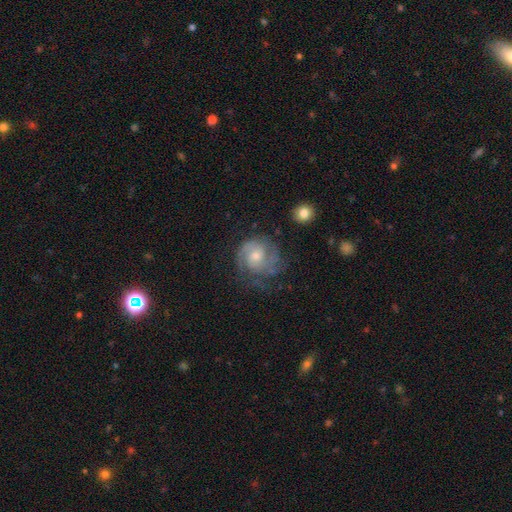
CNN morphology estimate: The model was most divided on "spiral arm count": 2: 38%, can't tell: 28%, 3: 19%, 1: 6%, 4: 5%, more than 4: 4%. More confident: edge-on disk — no (98%); spiral arms — yes (93%); smooth or featured — featured or disk (76%); bar — no (69%); merging — none (63%); spiral winding — tight (57%); bulge size — moderate (54%).